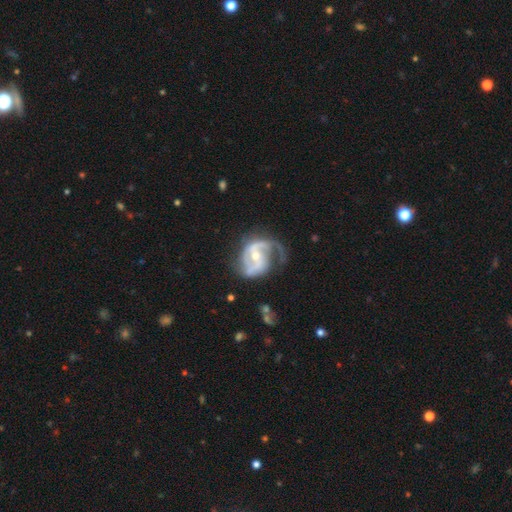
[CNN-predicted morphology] type=featured or disk (88%); edge-on=no (98%); bar=weak (40%); spiral arms=yes (95%); winding=medium (48%); arm count=2 (69%); bulge=moderate (57%); merging=none (49%).